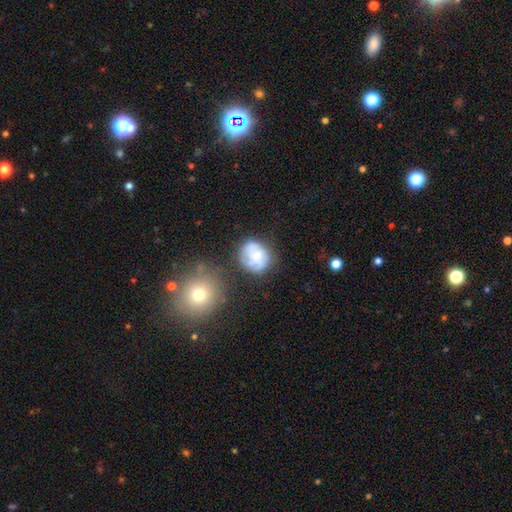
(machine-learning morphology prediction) Smooth or featured? Predicted: featured or disk (p=0.48). Merging? Predicted: none (p=0.55).